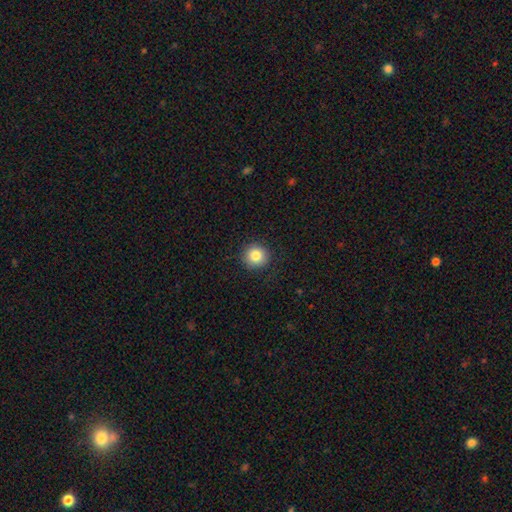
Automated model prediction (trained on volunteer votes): smooth_or_featured: smooth (p=0.84) [alt: star or artifact p=0.10]
how_rounded: round (p=0.94) [alt: in between p=0.05]
merging: none (p=0.90) [alt: minor disturbance p=0.07]